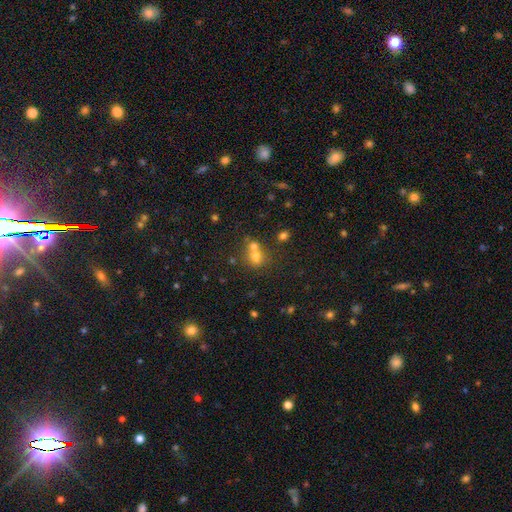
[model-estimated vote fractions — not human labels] The model was most divided on "merging": merger: 53%, none: 36%, minor disturbance: 7%, major disturbance: 3%. More confident: how rounded — round (71%); smooth or featured — smooth (64%).